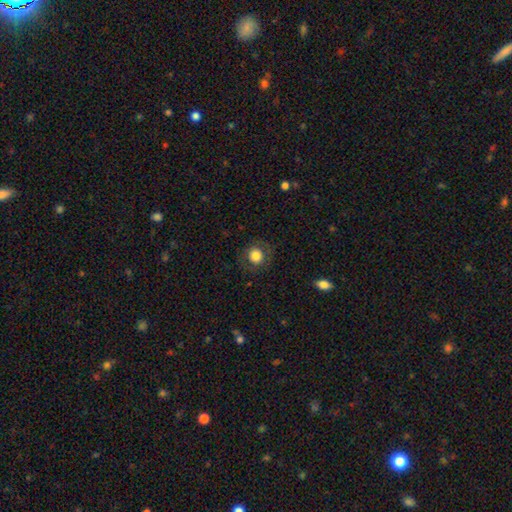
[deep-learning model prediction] A smooth galaxy with no disk features (80%) that is round (86%). Merging: none (83%).